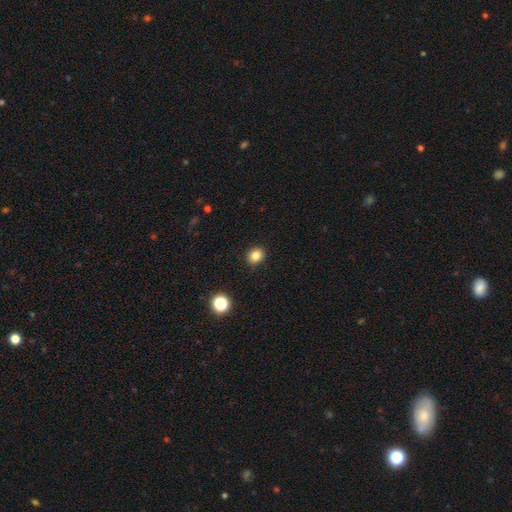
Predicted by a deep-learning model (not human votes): Smooth or featured: smooth — 84% (star or artifact — 12%)
How rounded: round — 69% (in between — 31%)
Merging: none — 90% (minor disturbance — 7%)